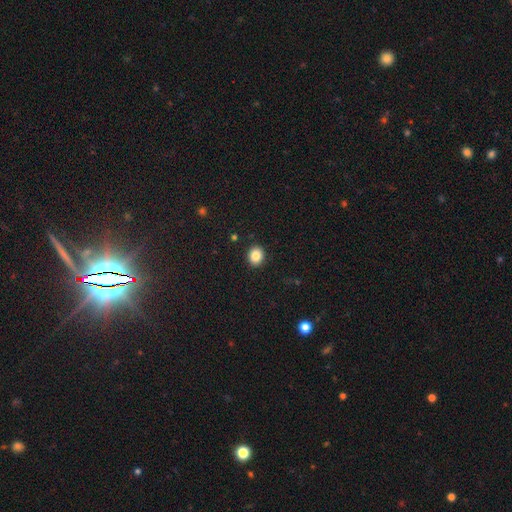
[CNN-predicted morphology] A smooth galaxy with no disk features (86%) that is round (68%). Merging: none (91%).